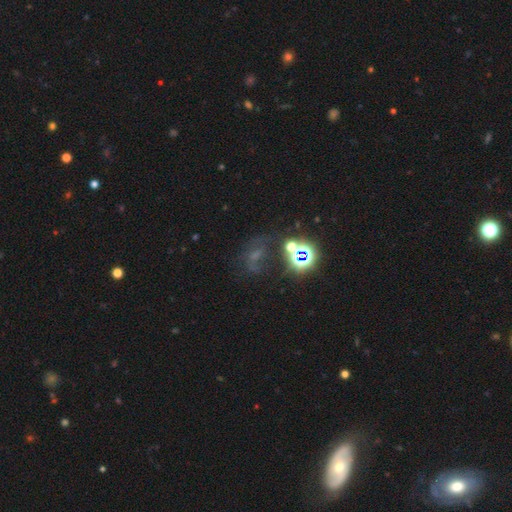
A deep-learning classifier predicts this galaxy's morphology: Smooth or featured: star or artifact — 48% (featured or disk — 28%)